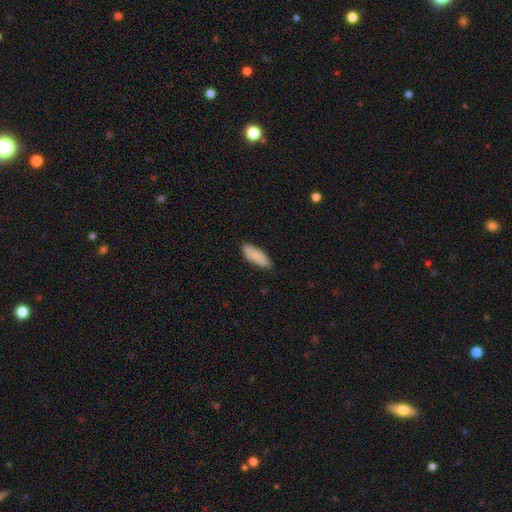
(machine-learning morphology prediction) Smooth or featured? Predicted: smooth (p=0.85). How rounded? Predicted: in between (p=0.68). Merging? Predicted: none (p=0.83).